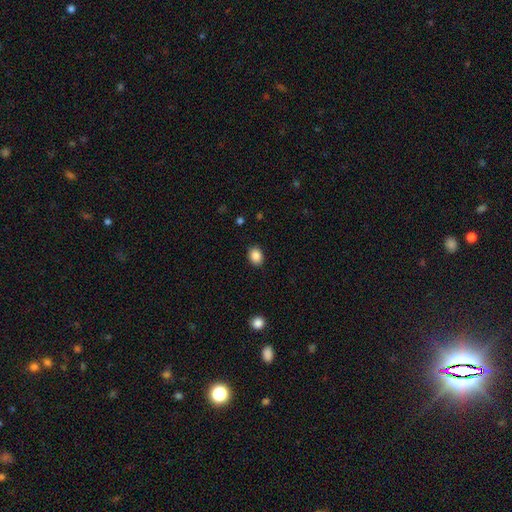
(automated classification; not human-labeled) Q: Smooth or featured?
A: smooth (88%); runner-up: star or artifact (9%)
Q: How rounded?
A: in between (59%); runner-up: round (40%)
Q: Merging?
A: none (89%); runner-up: minor disturbance (8%)